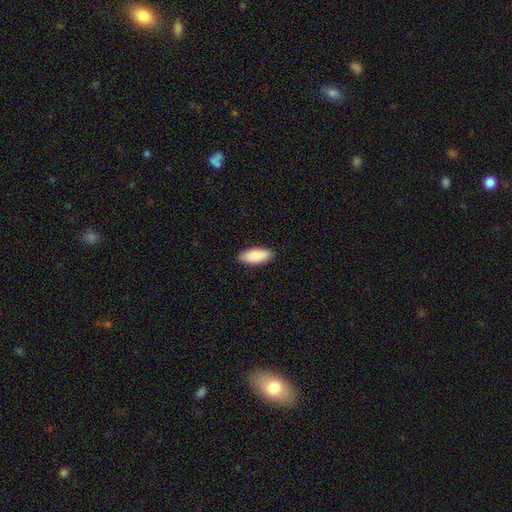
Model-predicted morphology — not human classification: Q: Smooth or featured?
A: smooth (88%); runner-up: featured or disk (7%)
Q: How rounded?
A: in between (85%); runner-up: cigar-shaped (14%)
Q: Merging?
A: none (88%); runner-up: minor disturbance (9%)